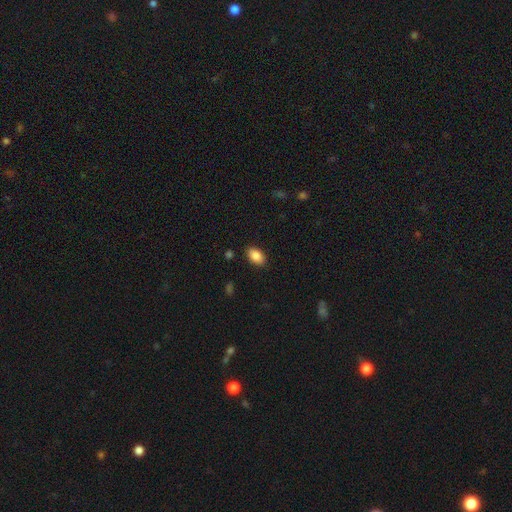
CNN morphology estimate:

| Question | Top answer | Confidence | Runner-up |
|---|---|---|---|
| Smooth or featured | smooth | 87% | star or artifact (8%) |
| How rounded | in between | 91% | round (7%) |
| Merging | none | 87% | minor disturbance (9%) |